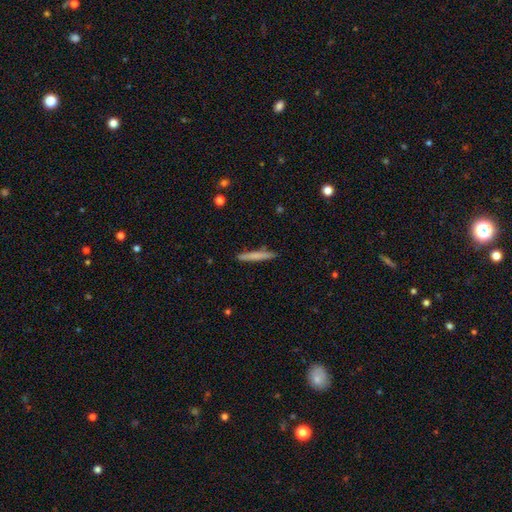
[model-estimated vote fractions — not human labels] The model was most divided on "smooth or featured": smooth: 71%, featured or disk: 24%, star or artifact: 6%. More confident: how rounded — cigar-shaped (96%); merging — none (89%).